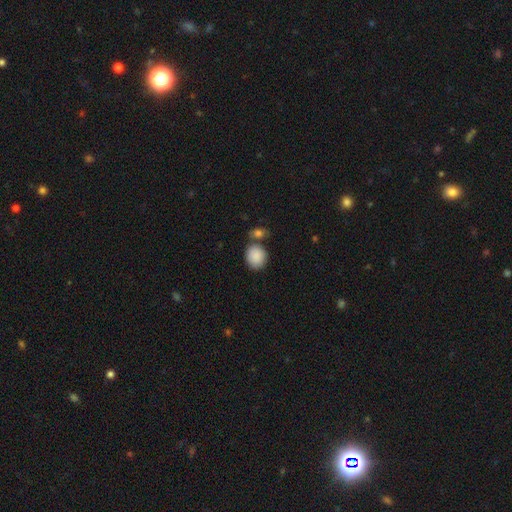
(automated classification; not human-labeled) The model was most divided on "how rounded": round: 65%, in between: 33%, cigar-shaped: 1%. More confident: smooth or featured — smooth (89%); merging — none (63%).